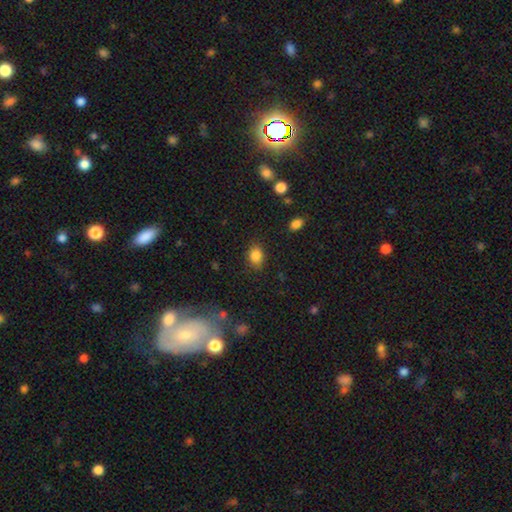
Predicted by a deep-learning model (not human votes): Smooth or featured? Predicted: smooth (p=0.84). How rounded? Predicted: in between (p=0.66). Merging? Predicted: none (p=0.80).